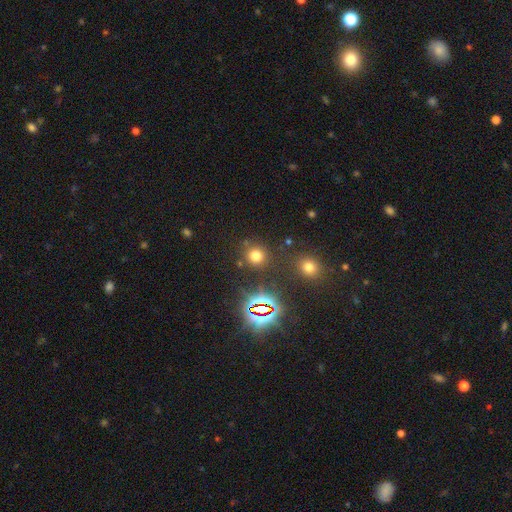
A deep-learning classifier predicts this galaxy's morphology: Smooth or featured?
  - smooth: 65% *
  - star or artifact: 29%
  - featured or disk: 6%
How rounded?
  - round: 91% *
  - in between: 8%
  - cigar-shaped: 1%
Merging?
  - none: 83% *
  - minor disturbance: 8%
  - merger: 5%
  - major disturbance: 4%